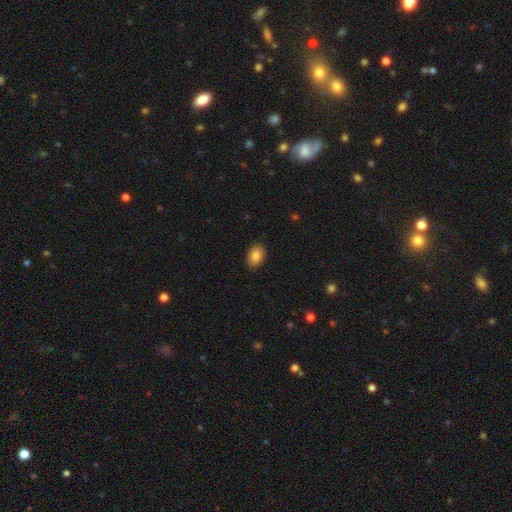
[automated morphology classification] This is clearly a smooth galaxy (85%). How rounded: clearly in between (85%). Merging: clearly none (89%).